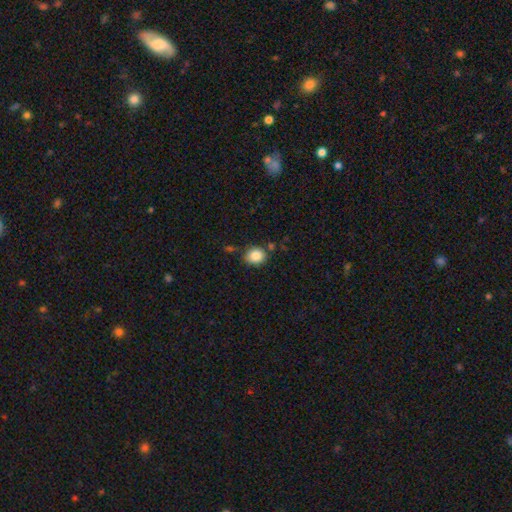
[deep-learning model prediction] smooth_or_featured: smooth (p=0.86) [alt: star or artifact p=0.09]
how_rounded: round (p=0.71) [alt: in between p=0.28]
merging: none (p=0.75) [alt: minor disturbance p=0.15]